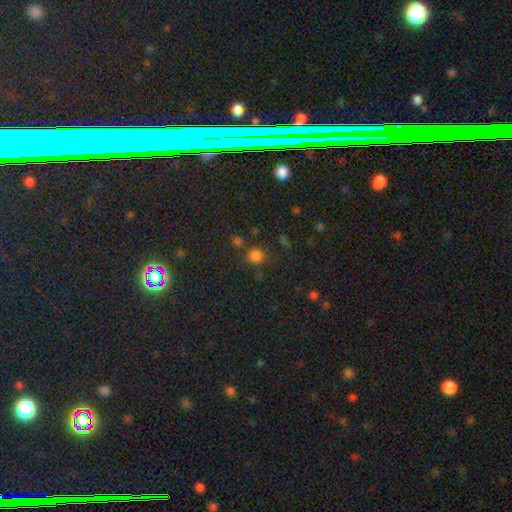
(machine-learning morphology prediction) This appears to be a smooth galaxy with no disk features (76%) that is round (86%). Merging: none (74%).